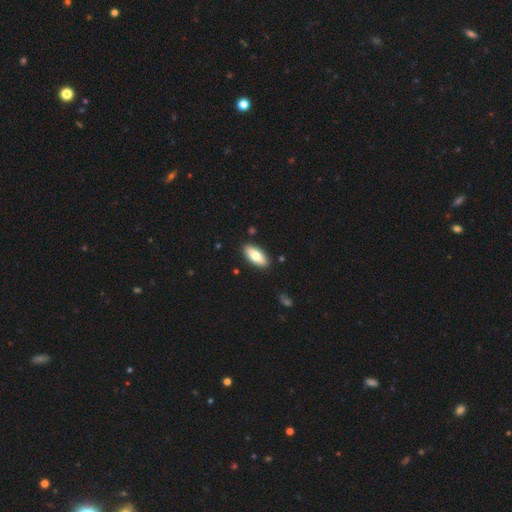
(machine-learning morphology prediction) Q: Smooth or featured?
A: smooth (75%); runner-up: featured or disk (19%)
Q: How rounded?
A: in between (84%); runner-up: cigar-shaped (14%)
Q: Merging?
A: none (89%); runner-up: minor disturbance (8%)